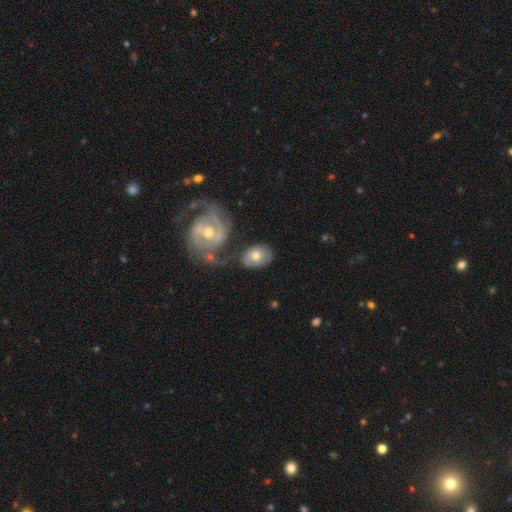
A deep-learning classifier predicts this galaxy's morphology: Q: Smooth or featured?
A: smooth (52%); runner-up: featured or disk (42%)
Q: How rounded?
A: in between (72%); runner-up: round (27%)
Q: Merging?
A: none (52%); runner-up: minor disturbance (20%)